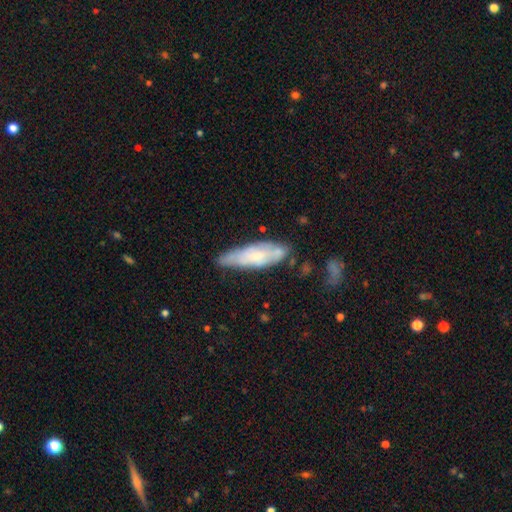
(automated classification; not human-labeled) Morphology: type=smooth (51%); roundness=cigar-shaped (55%); merging=none (58%).